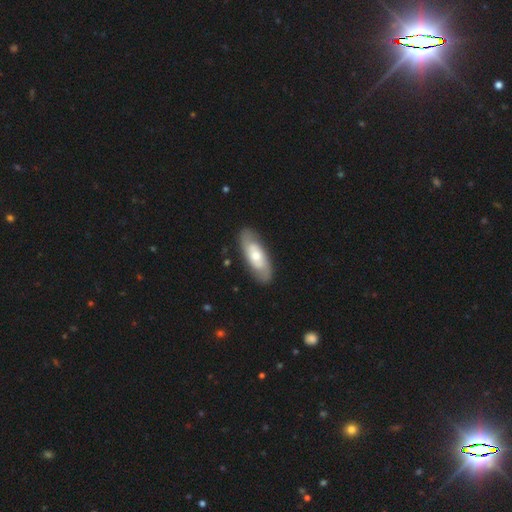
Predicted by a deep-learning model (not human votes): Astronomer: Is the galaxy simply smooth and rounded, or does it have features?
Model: smooth — 48% (runner-up: featured or disk, 47%).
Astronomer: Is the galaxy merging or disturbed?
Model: none — 83%.